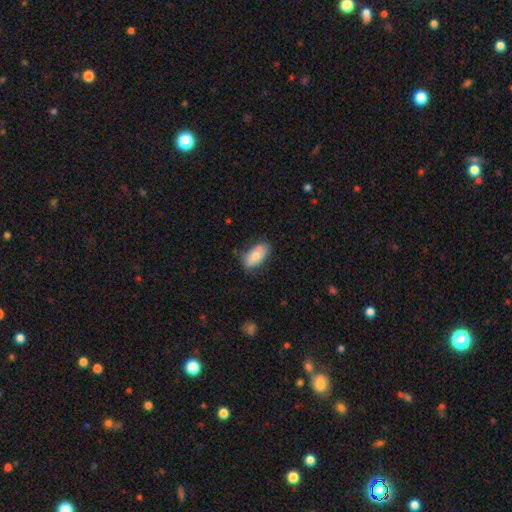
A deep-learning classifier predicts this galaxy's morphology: smooth 73%, featured or disk 20%, star or artifact 7%. Down the decision tree: how rounded — in between (93%); merging — none (76%).